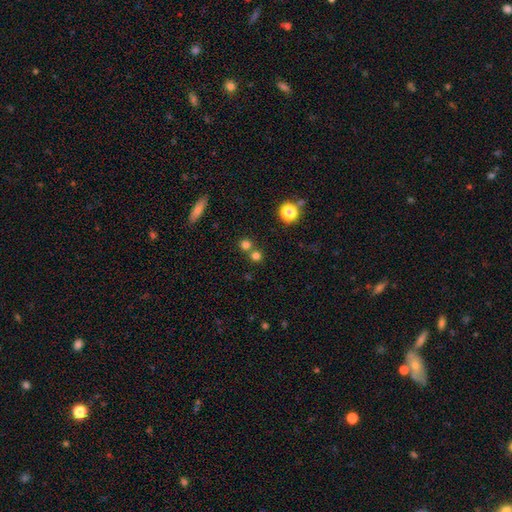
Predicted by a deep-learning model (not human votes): Q: Smooth or featured?
A: smooth (73%); runner-up: star or artifact (19%)
Q: How rounded?
A: round (91%); runner-up: in between (8%)
Q: Merging?
A: none (60%); runner-up: merger (32%)